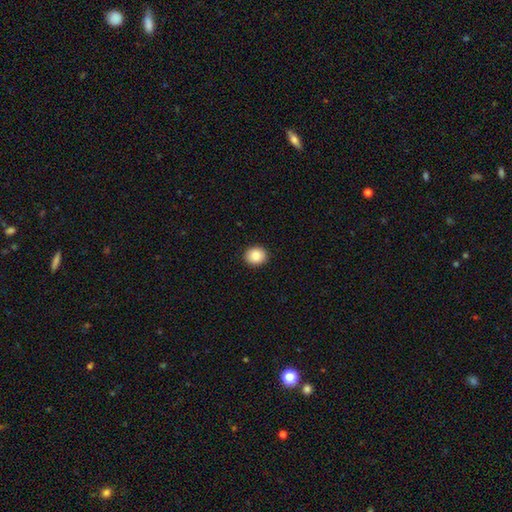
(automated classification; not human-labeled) Smooth or featured? Predicted: smooth (p=0.88). How rounded? Predicted: round (p=0.69). Merging? Predicted: none (p=0.92).